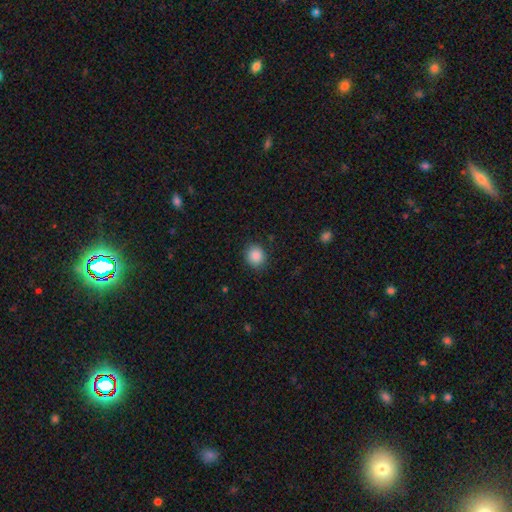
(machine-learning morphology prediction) Smooth or featured? smooth (87%)
How rounded? round (83%)
Merging? none (88%)